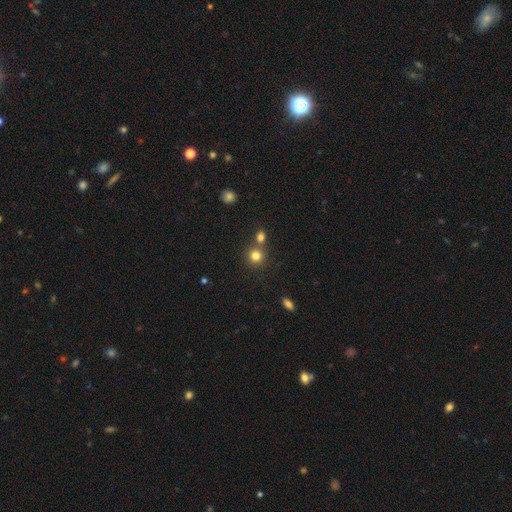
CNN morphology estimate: Smooth or featured? Predicted: smooth (p=0.80). How rounded? Predicted: round (p=0.89). Merging? Predicted: none (p=0.67).